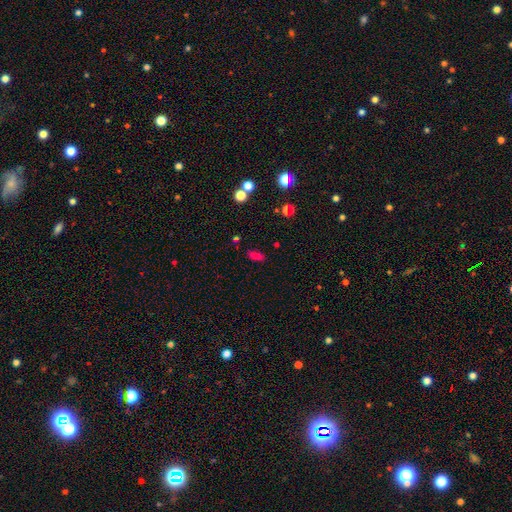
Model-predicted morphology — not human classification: Smooth or featured?
  - smooth: 73% *
  - star or artifact: 20%
  - featured or disk: 7%
How rounded?
  - in between: 76% *
  - cigar-shaped: 18%
  - round: 6%
Merging?
  - none: 81% *
  - minor disturbance: 12%
  - merger: 4%
  - major disturbance: 3%